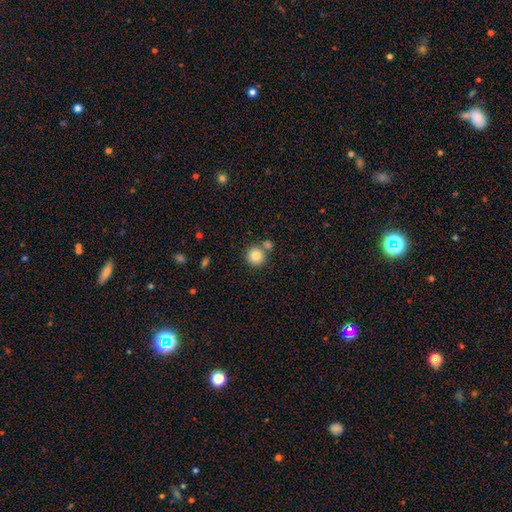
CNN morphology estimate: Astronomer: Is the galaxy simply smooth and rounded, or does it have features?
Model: smooth — 83%.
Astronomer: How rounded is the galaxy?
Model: round — 92%.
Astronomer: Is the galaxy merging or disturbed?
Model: none — 68%.